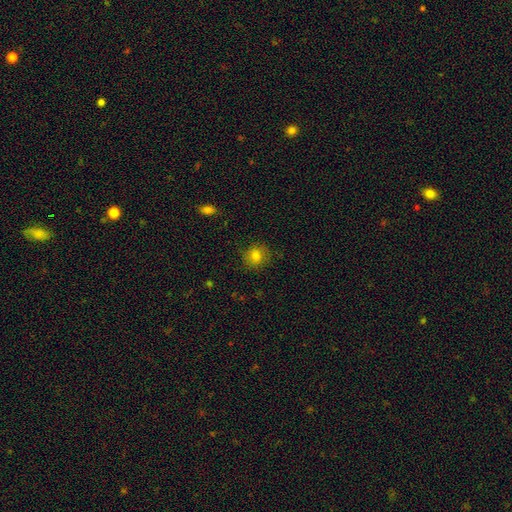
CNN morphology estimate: A smooth galaxy with no disk features (80%) that is round (81%). Merging: none (84%).